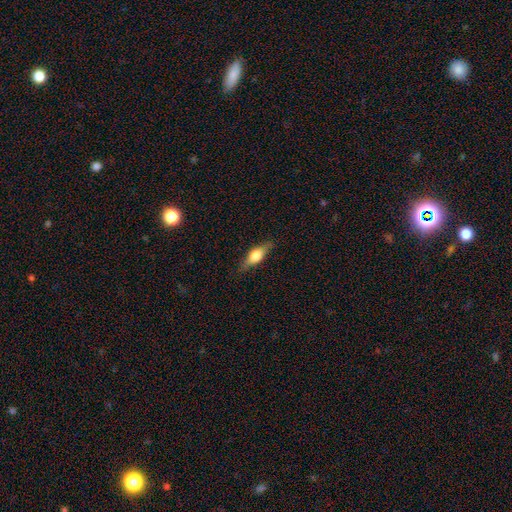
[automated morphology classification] The model was most divided on "smooth or featured": smooth: 52%, featured or disk: 41%, star or artifact: 7%. More confident: merging — none (81%); how rounded — in between (60%).